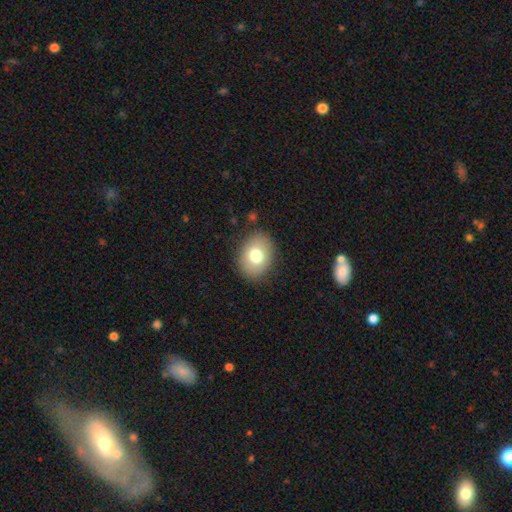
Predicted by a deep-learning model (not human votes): This appears to be a smooth galaxy with no disk features (74%) that is in between round and cigar-shaped (66%). Merging: none (86%).